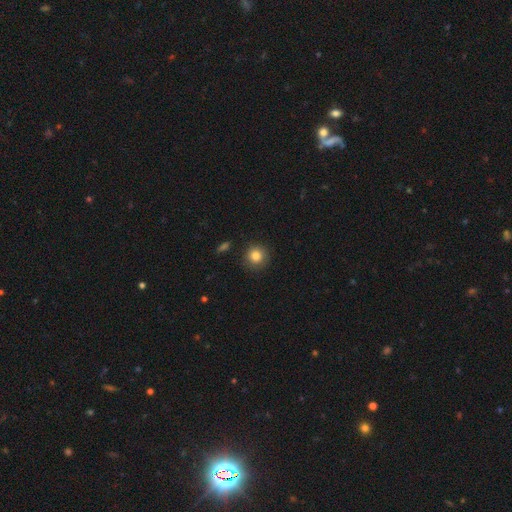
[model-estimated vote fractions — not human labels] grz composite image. It shows a smooth galaxy with no disk features (83%) that is round (92%). Merging: none (86%).